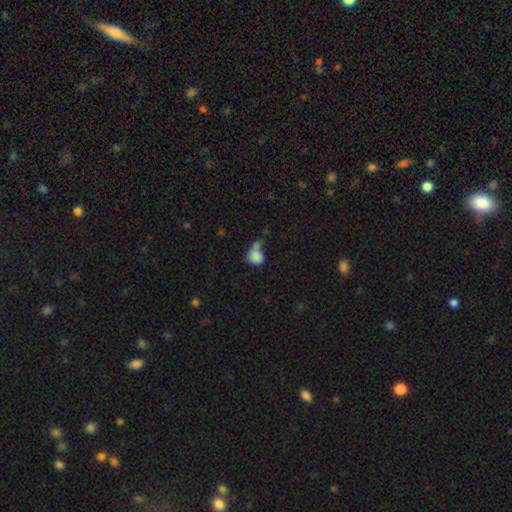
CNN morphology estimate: A smooth galaxy with no disk features (82%) that is round (61%).

Vote fractions:
- Smooth or featured? smooth: 82% / star or artifact: 10% / featured or disk: 8%
- How rounded? round: 61% / in between: 37% / cigar-shaped: 1%
- Merging? merger: 36% / none: 33% / minor disturbance: 18% / major disturbance: 13%